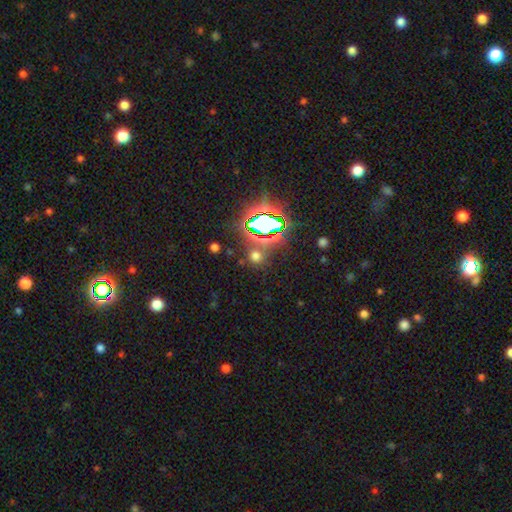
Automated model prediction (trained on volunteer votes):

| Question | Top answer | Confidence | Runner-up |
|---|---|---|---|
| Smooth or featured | star or artifact | 47% | smooth (46%) |